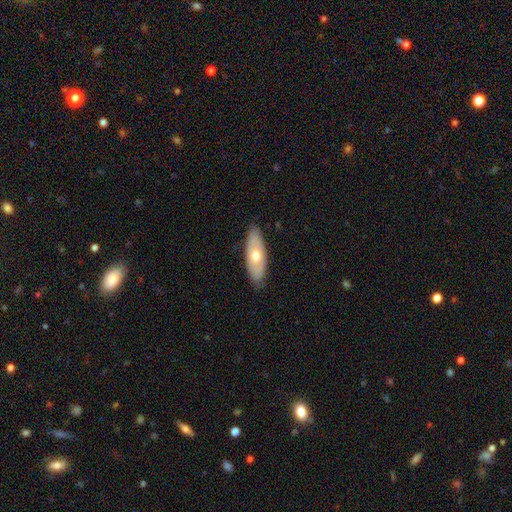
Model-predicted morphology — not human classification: The model was most divided on "smooth or featured": smooth: 51%, featured or disk: 43%, star or artifact: 6%. More confident: merging — none (85%); how rounded — in between (67%).